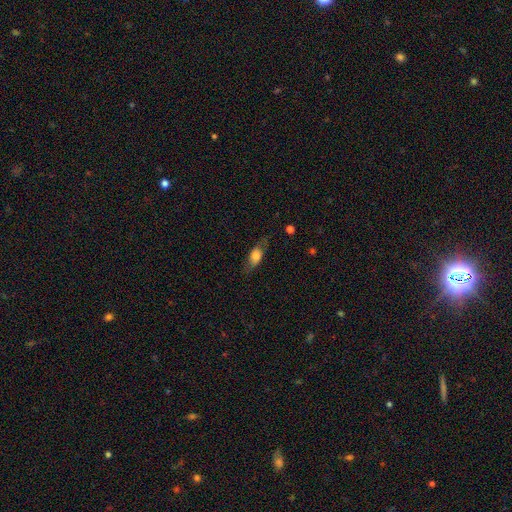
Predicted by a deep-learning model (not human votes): Q: Smooth or featured?
A: smooth (68%); runner-up: featured or disk (25%)
Q: How rounded?
A: in between (76%); runner-up: cigar-shaped (18%)
Q: Merging?
A: none (68%); runner-up: minor disturbance (21%)